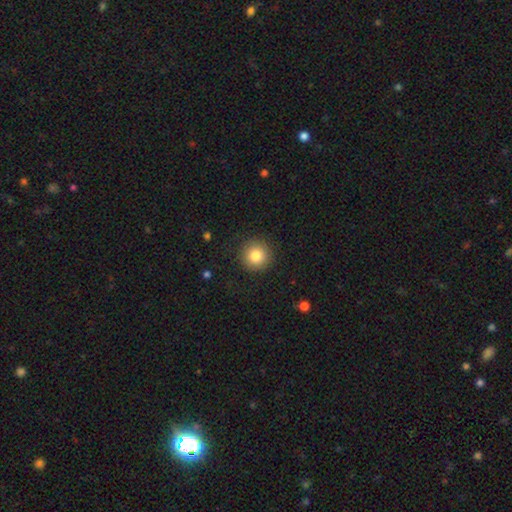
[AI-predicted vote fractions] Overall: smooth (82%). How rounded: round (95%). Merging: none (91%).